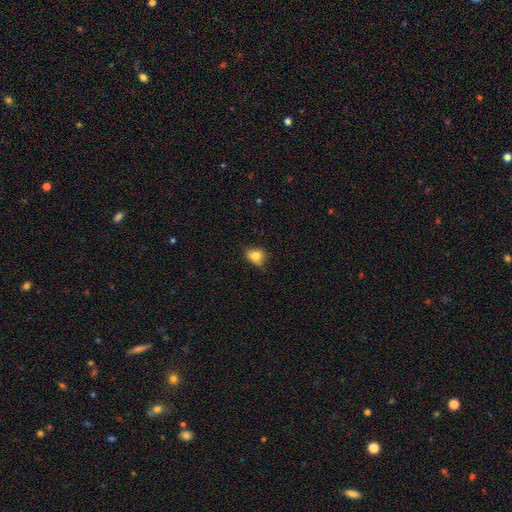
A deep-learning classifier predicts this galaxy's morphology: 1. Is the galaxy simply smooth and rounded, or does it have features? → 75% smooth, 14% featured or disk, 11% star or artifact.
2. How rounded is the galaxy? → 51% in between, 47% round, 2% cigar-shaped.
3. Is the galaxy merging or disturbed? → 57% none, 33% minor disturbance, 8% major disturbance, 2% merger.